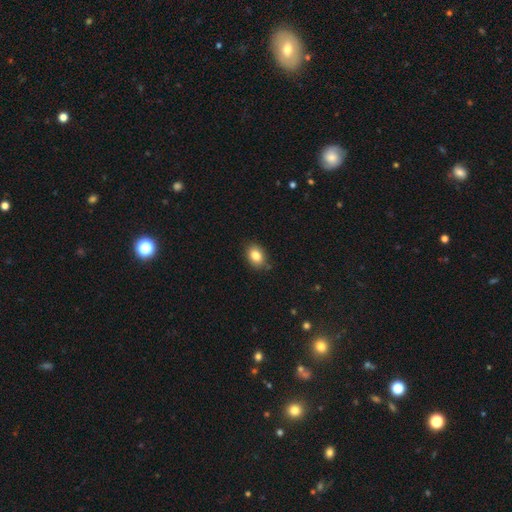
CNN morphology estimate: smooth_or_featured: smooth (p=0.84) [alt: star or artifact p=0.09]
how_rounded: in between (p=0.74) [alt: round p=0.24]
merging: none (p=0.83) [alt: minor disturbance p=0.14]